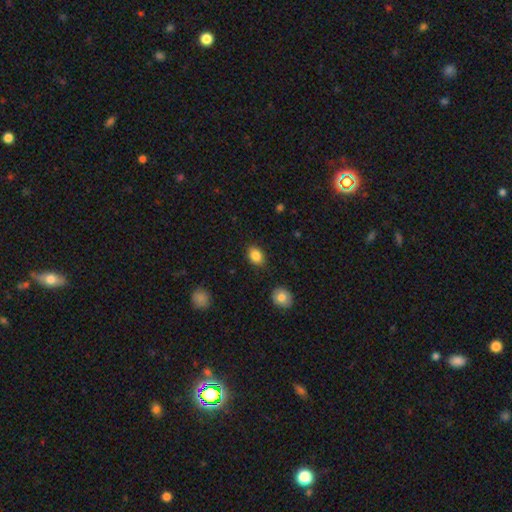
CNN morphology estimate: type=smooth (85%); roundness=in between (76%); merging=none (84%).